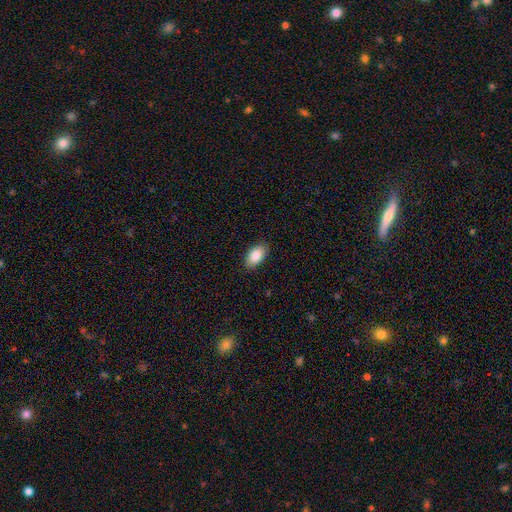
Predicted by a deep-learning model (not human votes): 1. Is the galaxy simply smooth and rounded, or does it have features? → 88% smooth, 7% star or artifact, 5% featured or disk.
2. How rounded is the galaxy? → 94% in between, 4% round, 2% cigar-shaped.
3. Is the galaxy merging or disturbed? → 87% none, 9% minor disturbance, 2% major disturbance, 1% merger.